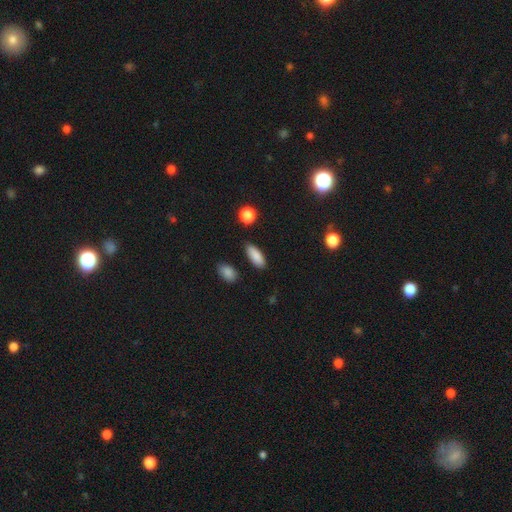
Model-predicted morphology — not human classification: Q: Smooth or featured?
A: smooth (87%); runner-up: star or artifact (7%)
Q: How rounded?
A: in between (77%); runner-up: cigar-shaped (20%)
Q: Merging?
A: none (86%); runner-up: minor disturbance (9%)